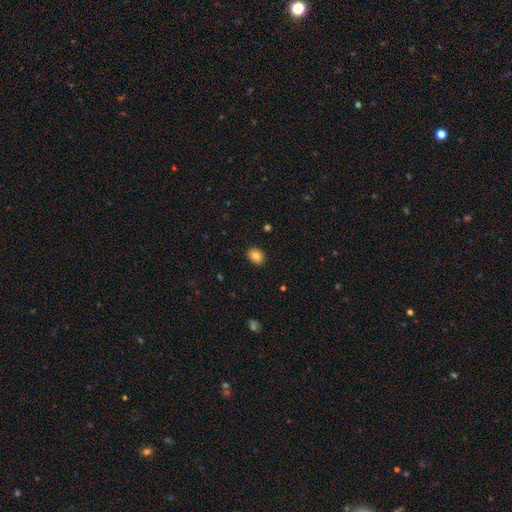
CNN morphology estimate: Smooth or featured? Predicted: smooth (p=0.83). How rounded? Predicted: round (p=0.60). Merging? Predicted: none (p=0.90).